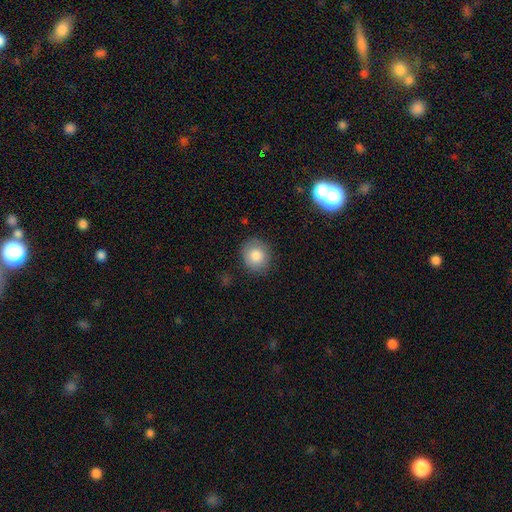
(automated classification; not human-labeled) Q: Smooth or featured?
A: smooth (84%); runner-up: star or artifact (8%)
Q: How rounded?
A: round (75%); runner-up: in between (24%)
Q: Merging?
A: none (83%); runner-up: minor disturbance (12%)